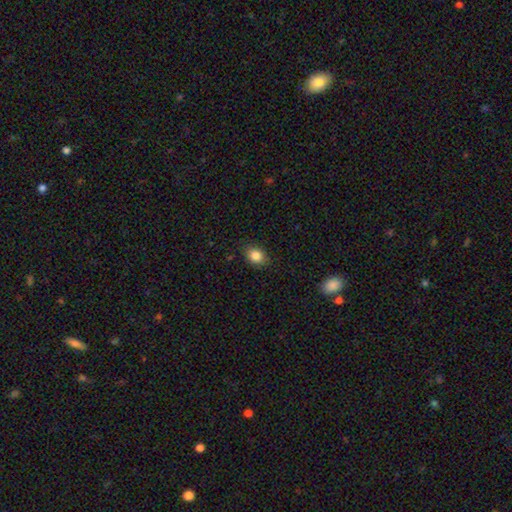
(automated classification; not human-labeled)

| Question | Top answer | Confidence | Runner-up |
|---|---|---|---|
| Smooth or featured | smooth | 85% | star or artifact (10%) |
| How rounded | in between | 61% | round (38%) |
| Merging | none | 85% | minor disturbance (11%) |